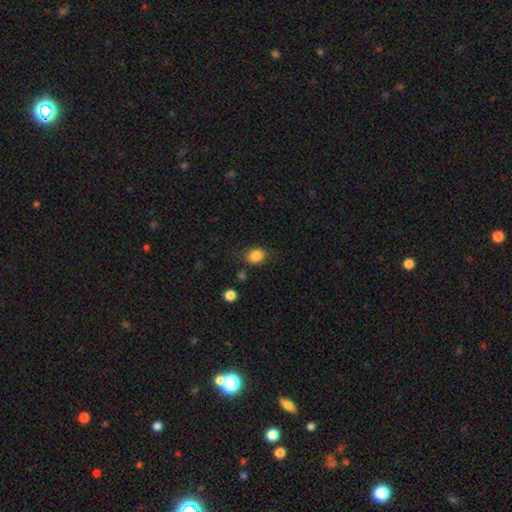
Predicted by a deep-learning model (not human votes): Q: Smooth or featured?
A: smooth (84%); runner-up: star or artifact (10%)
Q: How rounded?
A: in between (50%); runner-up: round (49%)
Q: Merging?
A: none (73%); runner-up: minor disturbance (18%)